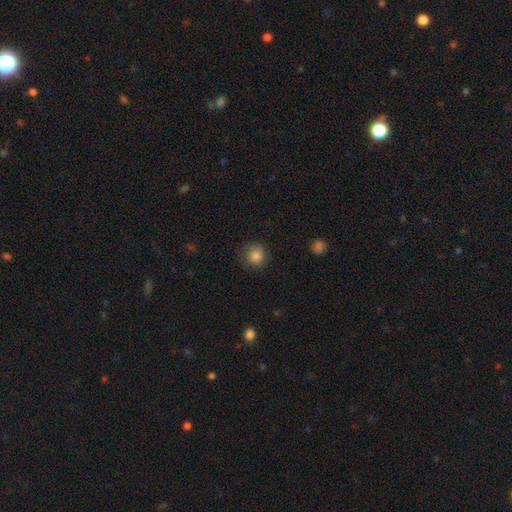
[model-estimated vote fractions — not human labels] Smooth or featured: smooth — 84% (star or artifact — 10%)
How rounded: round — 88% (in between — 11%)
Merging: none — 78% (minor disturbance — 16%)